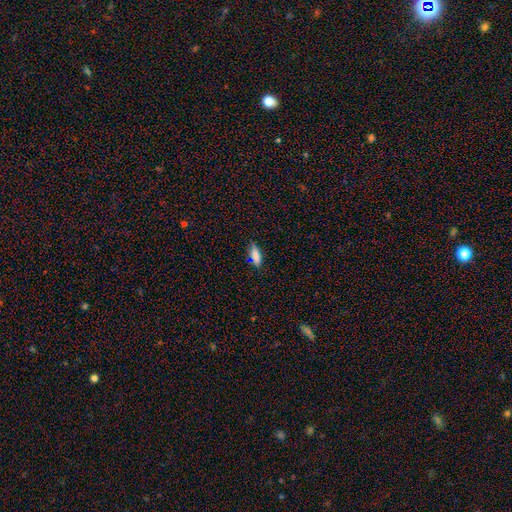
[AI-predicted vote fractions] Smooth or featured? smooth (78%)
How rounded? in between (68%)
Merging? none (84%)